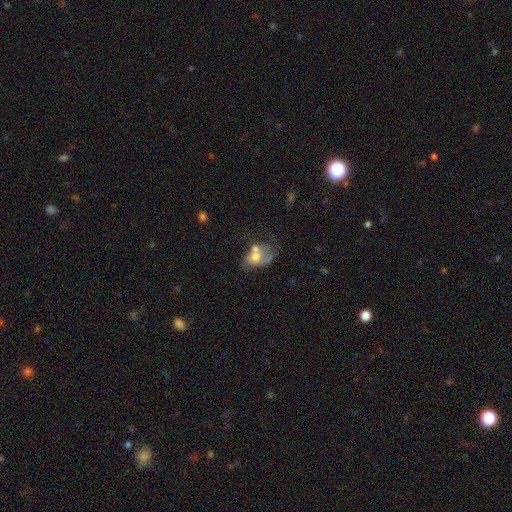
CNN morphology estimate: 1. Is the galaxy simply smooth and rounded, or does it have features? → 52% smooth, 39% featured or disk, 9% star or artifact.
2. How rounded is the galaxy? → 75% in between, 23% round, 2% cigar-shaped.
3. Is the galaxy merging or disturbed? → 43% merger, 22% none, 18% major disturbance, 17% minor disturbance.